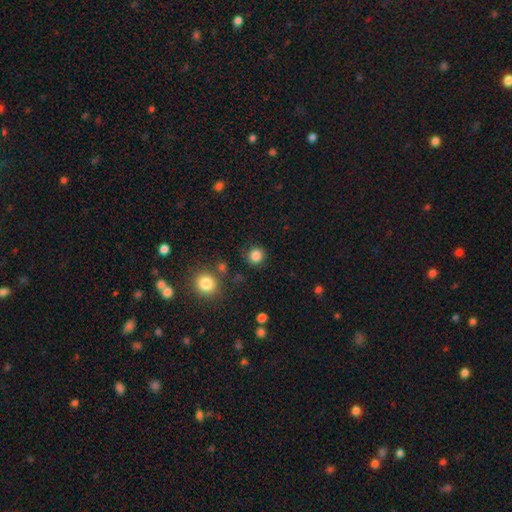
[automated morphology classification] Smooth or featured: smooth — 84% (star or artifact — 12%)
How rounded: round — 90% (in between — 9%)
Merging: none — 86% (minor disturbance — 8%)